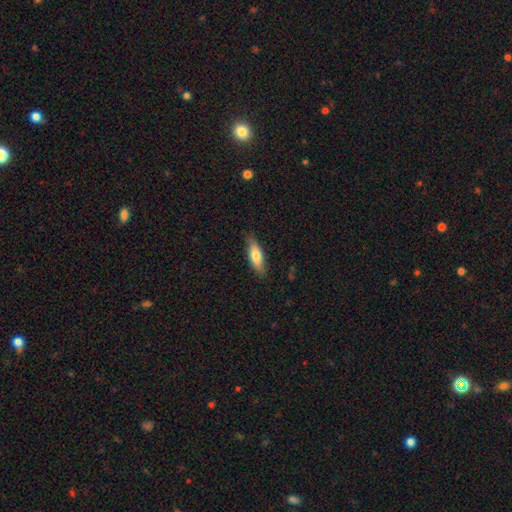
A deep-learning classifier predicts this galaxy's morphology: type=smooth (71%); roundness=in between (51%); merging=none (83%).